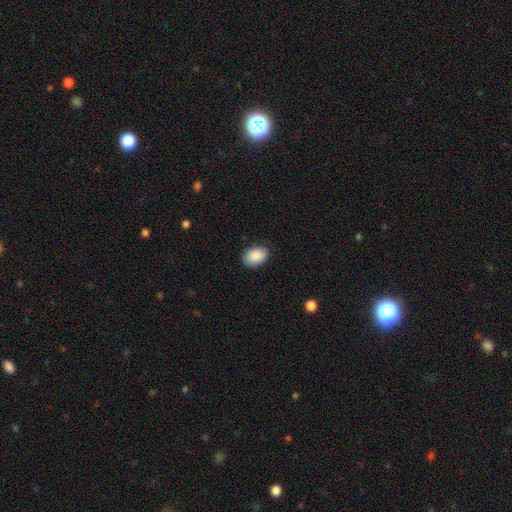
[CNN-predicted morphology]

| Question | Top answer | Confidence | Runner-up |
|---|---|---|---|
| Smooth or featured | smooth | 90% | star or artifact (7%) |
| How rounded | in between | 85% | round (14%) |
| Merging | none | 83% | minor disturbance (13%) |